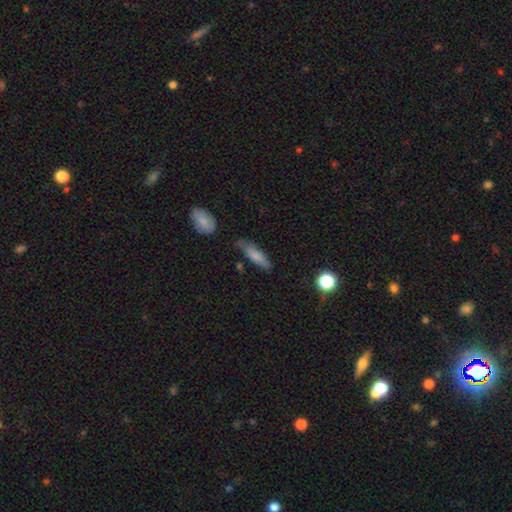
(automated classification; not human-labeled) Overall: smooth (74%). How rounded: cigar-shaped (61%; in between 37%). Merging: none (66%).